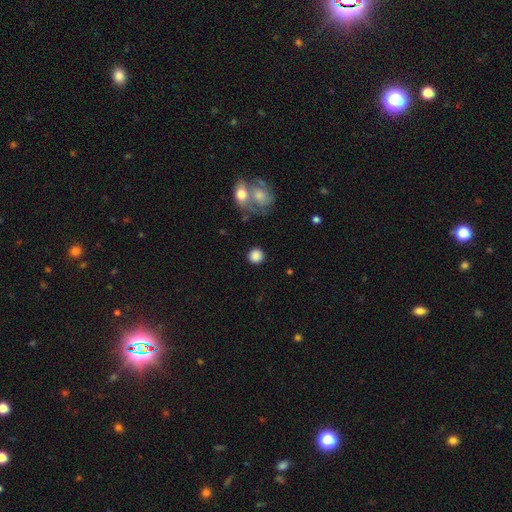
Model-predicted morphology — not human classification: A smooth galaxy with no disk features (86%) that is round (92%). Merging: none (85%).